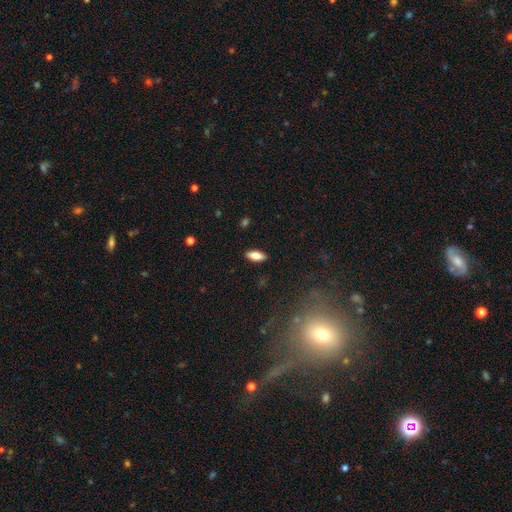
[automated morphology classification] Smooth or featured: smooth — 79% (featured or disk — 14%)
How rounded: in between — 78% (cigar-shaped — 19%)
Merging: none — 88% (minor disturbance — 8%)